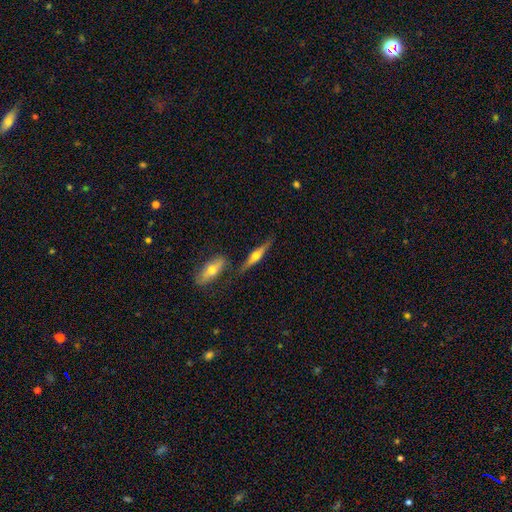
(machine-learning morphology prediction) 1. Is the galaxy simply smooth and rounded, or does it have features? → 63% featured or disk, 31% smooth, 6% star or artifact.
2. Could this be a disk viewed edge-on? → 95% yes, 5% no.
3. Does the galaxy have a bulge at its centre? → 92% rounded, 4% boxy, 3% none.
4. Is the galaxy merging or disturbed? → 75% none, 12% minor disturbance, 10% merger, 3% major disturbance.